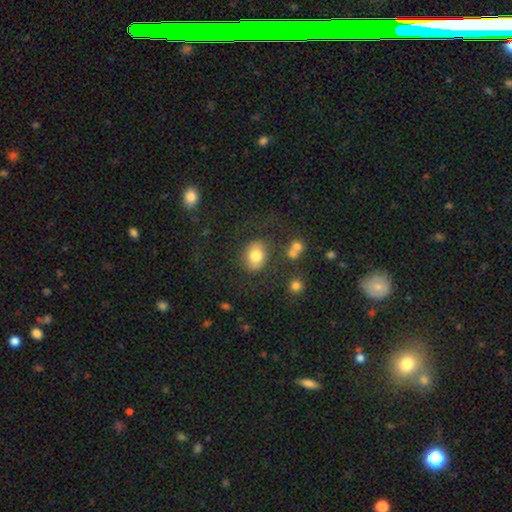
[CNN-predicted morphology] Q: Smooth or featured?
A: smooth (76%); runner-up: featured or disk (15%)
Q: How rounded?
A: in between (63%); runner-up: round (36%)
Q: Merging?
A: none (70%); runner-up: minor disturbance (16%)